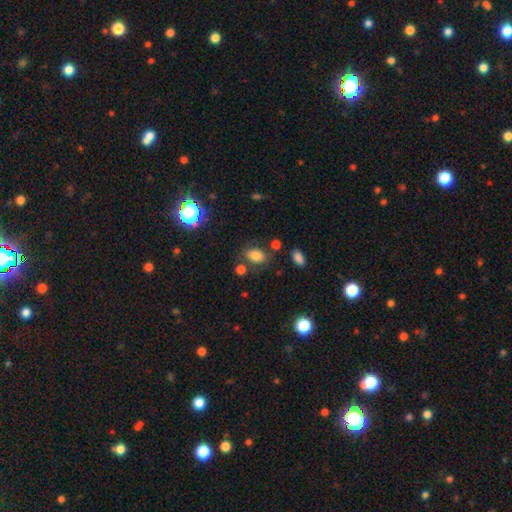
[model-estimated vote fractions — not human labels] Morphology: type=smooth (78%); roundness=in between (78%); merging=none (71%).